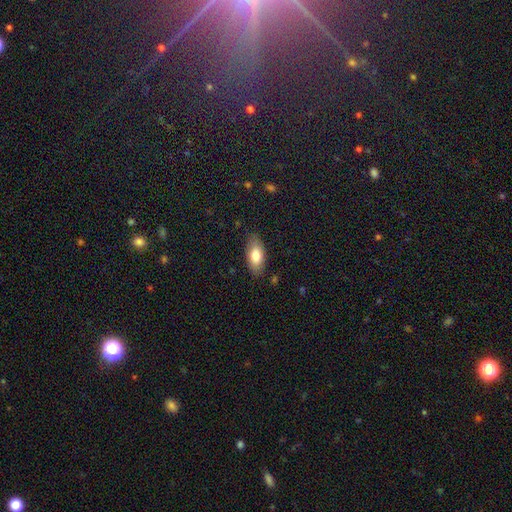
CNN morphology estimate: Smooth or featured? Predicted: smooth (p=0.78). How rounded? Predicted: in between (p=0.87). Merging? Predicted: none (p=0.83).